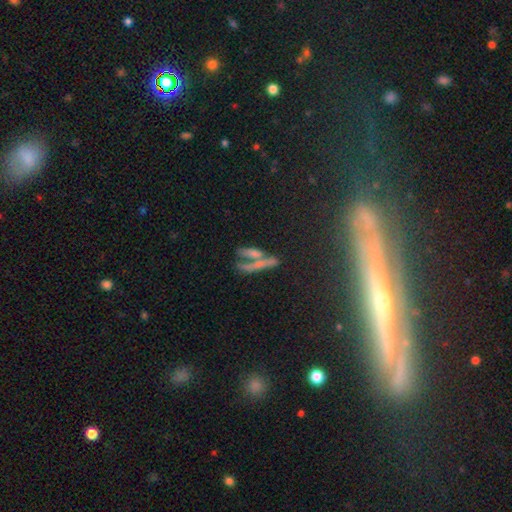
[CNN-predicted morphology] Smooth or featured?
  - smooth: 44% *
  - featured or disk: 33%
  - star or artifact: 24%
Merging?
  - none: 41% *
  - merger: 36%
  - minor disturbance: 13%
  - major disturbance: 10%